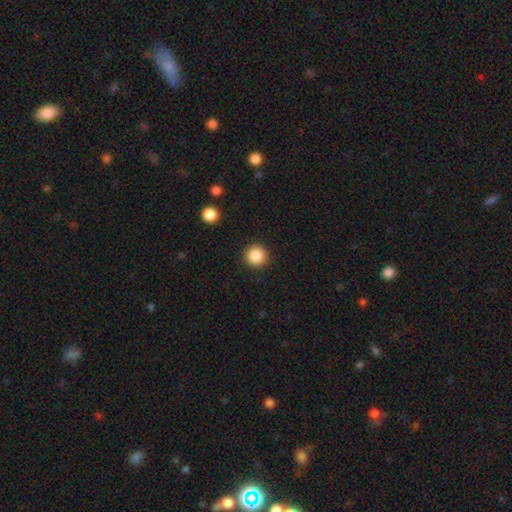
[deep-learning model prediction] Morphology: type=smooth (87%); roundness=round (96%); merging=none (92%).